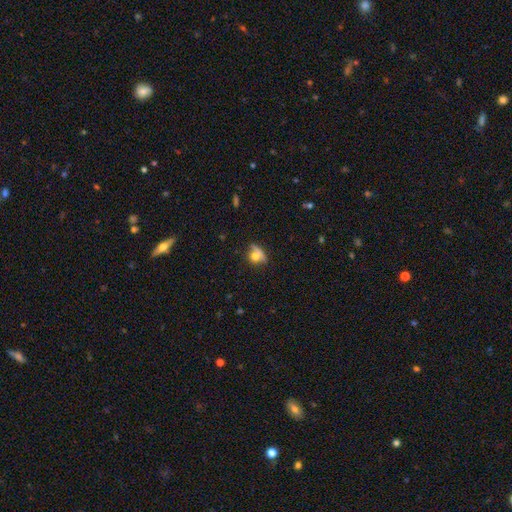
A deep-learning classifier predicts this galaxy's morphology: Overall: smooth (66%). How rounded: round (56%; in between 40%). Merging: none (42%; minor disturbance 25%).